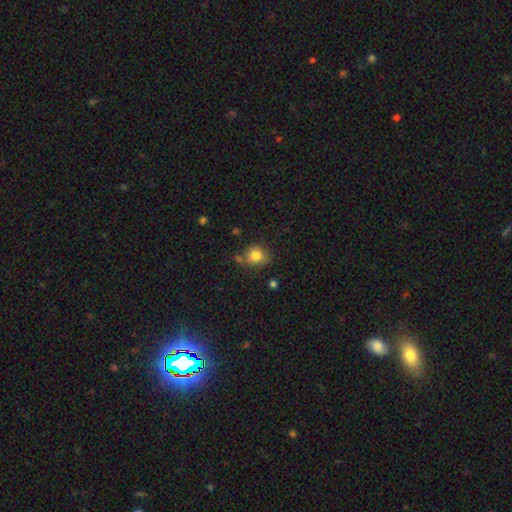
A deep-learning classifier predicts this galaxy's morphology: smooth 82%, star or artifact 11%, featured or disk 7%. Down the decision tree: how rounded — round (81%); merging — none (70%).